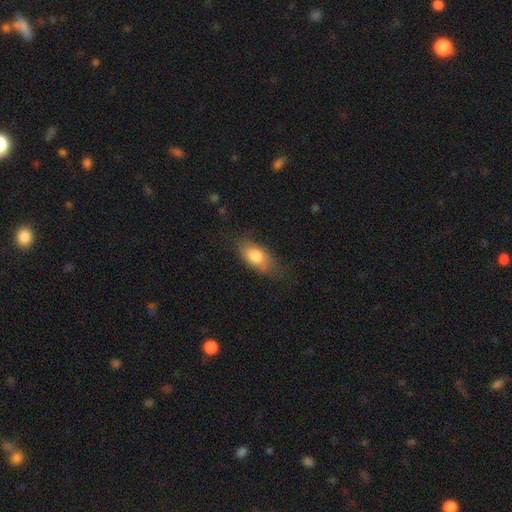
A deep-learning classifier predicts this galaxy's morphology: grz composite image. It shows a smooth galaxy with no disk features (78%) that is in between round and cigar-shaped (88%). Merging: none (64%).